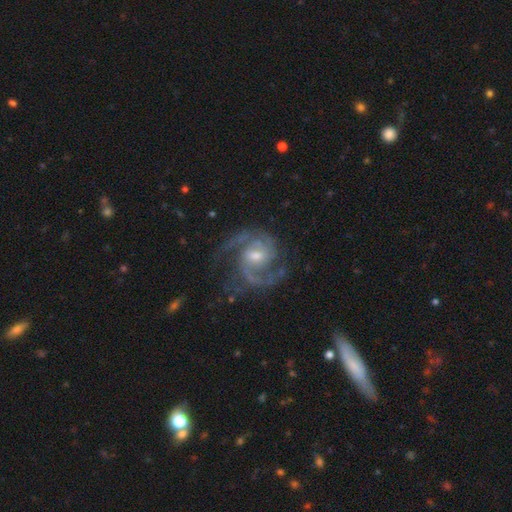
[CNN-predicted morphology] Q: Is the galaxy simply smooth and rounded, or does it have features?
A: featured or disk — 92%.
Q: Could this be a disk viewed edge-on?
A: no — 98%.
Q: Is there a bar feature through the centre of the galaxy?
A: weak — 49%.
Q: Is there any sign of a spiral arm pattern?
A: yes — 98%.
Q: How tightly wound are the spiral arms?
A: medium — 59%.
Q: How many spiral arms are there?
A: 2 — 80%.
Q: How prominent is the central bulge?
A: moderate — 48%.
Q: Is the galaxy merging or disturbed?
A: none — 73%.